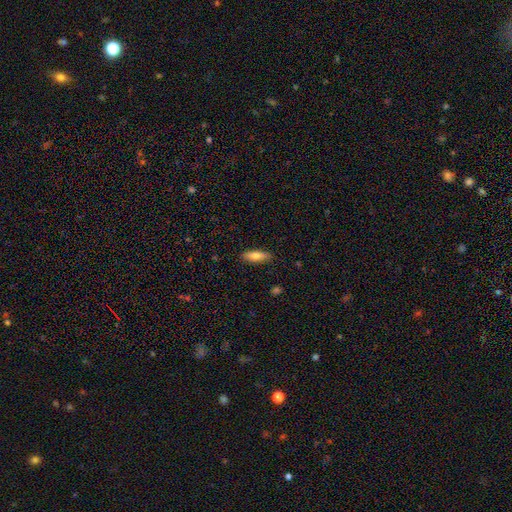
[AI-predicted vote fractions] smooth 77%, featured or disk 17%, star or artifact 6%. Down the decision tree: how rounded — in between (49%, tied with cigar-shaped); merging — none (88%).